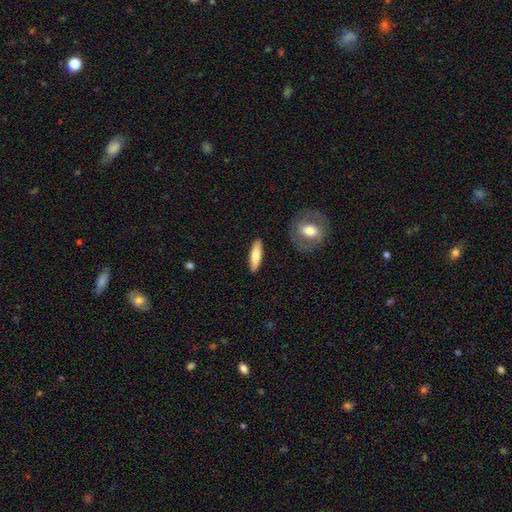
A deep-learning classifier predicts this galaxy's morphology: smooth 69%, featured or disk 26%, star or artifact 5%. Down the decision tree: how rounded — cigar-shaped (65%); merging — none (89%).